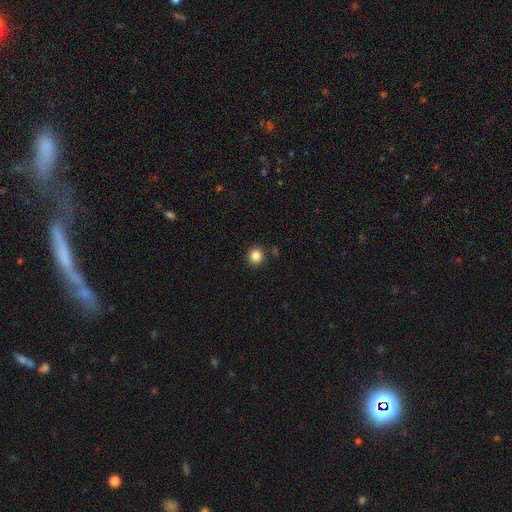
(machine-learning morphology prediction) A smooth galaxy with no disk features (85%) that is round (91%). Merging: none (90%).